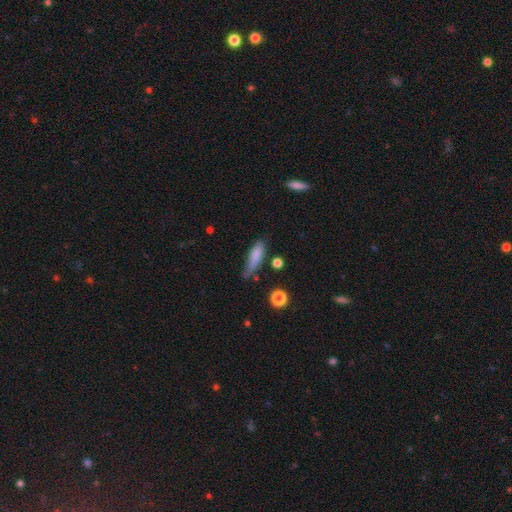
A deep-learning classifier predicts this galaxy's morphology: smooth_or_featured: smooth (p=0.78) [alt: featured or disk p=0.14]
how_rounded: cigar-shaped (p=0.55) [alt: in between p=0.42]
merging: none (p=0.47) [alt: minor disturbance p=0.35]